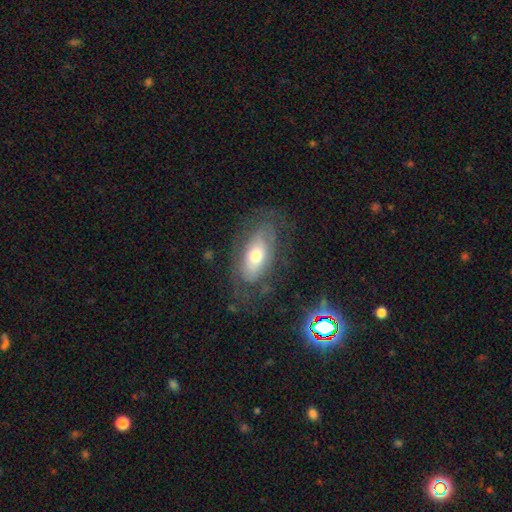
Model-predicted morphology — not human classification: This appears to be a featured or disk galaxy (53%). Merging: none (67%).